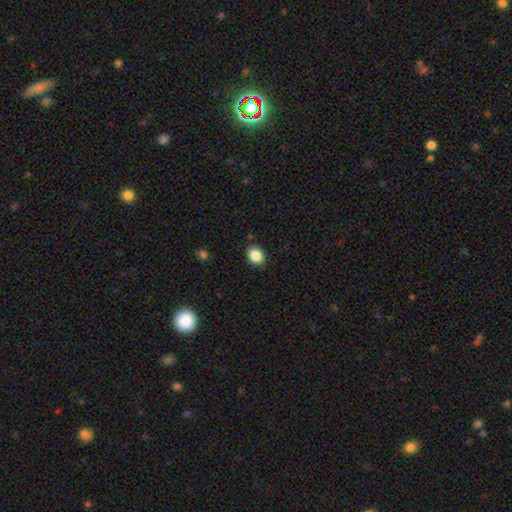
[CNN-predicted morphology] Smooth or featured: smooth — 86% (star or artifact — 9%)
How rounded: in between — 54% (round — 46%)
Merging: none — 87% (minor disturbance — 9%)